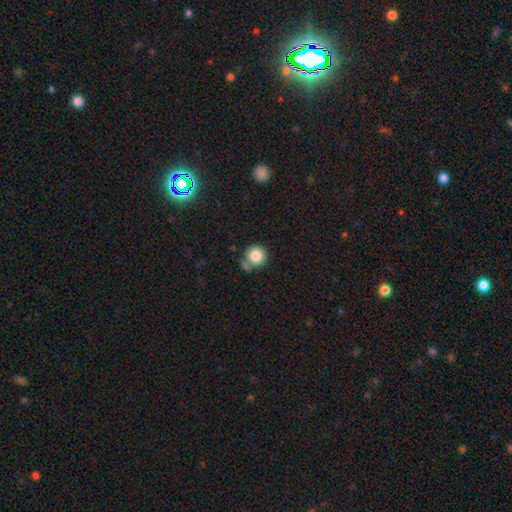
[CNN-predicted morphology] A smooth galaxy with no disk features (84%) that is round (93%).

Vote fractions:
- Smooth or featured? smooth: 84% / star or artifact: 9% / featured or disk: 7%
- How rounded? round: 93% / in between: 6% / cigar-shaped: 1%
- Merging? none: 62% / merger: 22% / minor disturbance: 12% / major disturbance: 4%